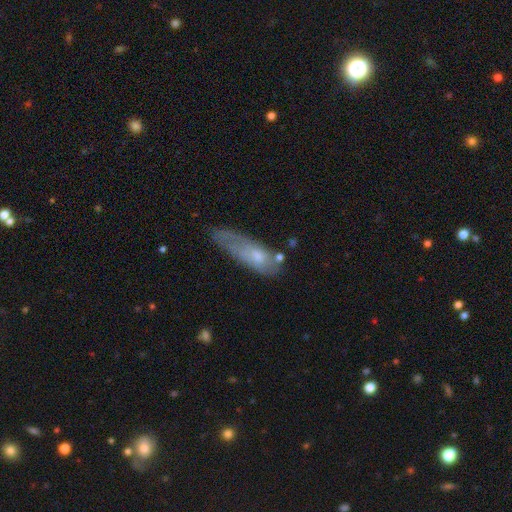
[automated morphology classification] smooth_or_featured: smooth (p=0.56) [alt: featured or disk p=0.37]
how_rounded: in between (p=0.56) [alt: cigar-shaped p=0.42]
merging: none (p=0.36) [alt: minor disturbance p=0.34]